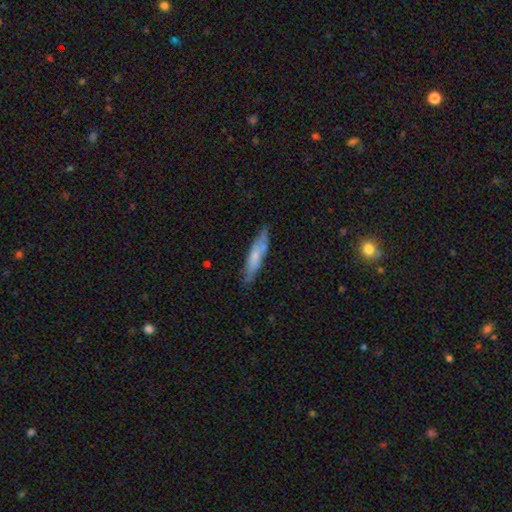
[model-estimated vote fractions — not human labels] Smooth or featured? Predicted: smooth (p=0.59). How rounded? Predicted: cigar-shaped (p=0.83). Merging? Predicted: none (p=0.73).